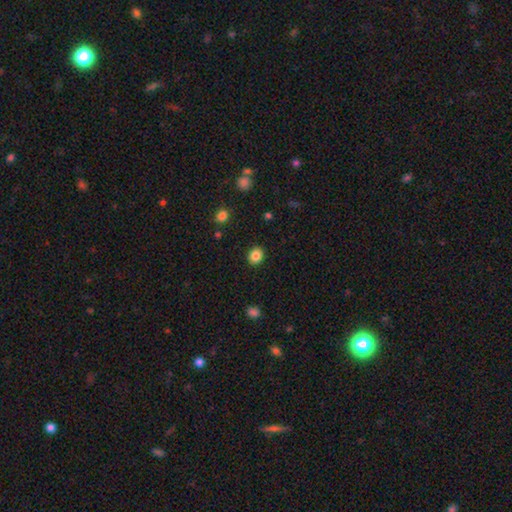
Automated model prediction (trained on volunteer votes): Smooth or featured? Predicted: smooth (p=0.85). How rounded? Predicted: round (p=0.73). Merging? Predicted: none (p=0.91).